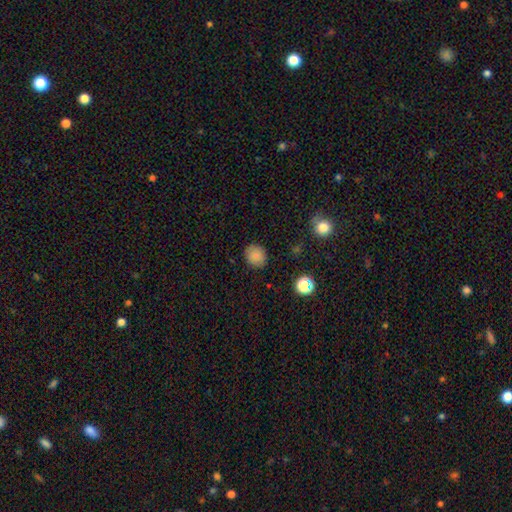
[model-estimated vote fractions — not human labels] A smooth galaxy with no disk features (84%) that is round (77%). Merging: none (86%).